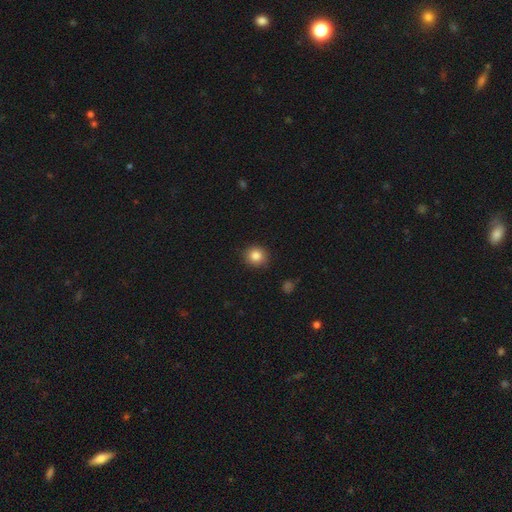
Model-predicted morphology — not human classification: smooth-or-featured: smooth: 85% | star or artifact: 10% | featured or disk: 6%
  how-rounded: round: 85% | in between: 14% | cigar-shaped: 1%
  merging: none: 89% | minor disturbance: 8% | major disturbance: 2% | merger: 1%